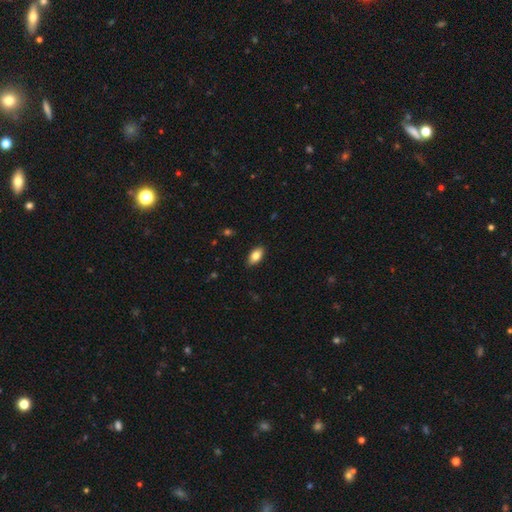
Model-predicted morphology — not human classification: The model was most divided on "smooth or featured": smooth: 82%, featured or disk: 11%, star or artifact: 7%. More confident: how rounded — in between (92%); merging — none (88%).